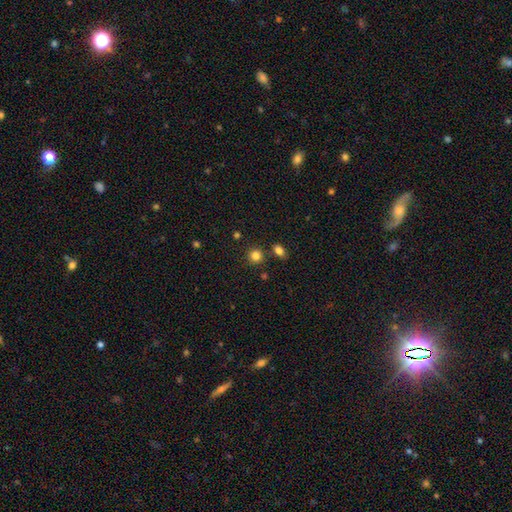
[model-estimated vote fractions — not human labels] smooth_or_featured: smooth (p=0.82) [alt: star or artifact p=0.13]
how_rounded: round (p=0.90) [alt: in between p=0.09]
merging: none (p=0.83) [alt: merger p=0.07]